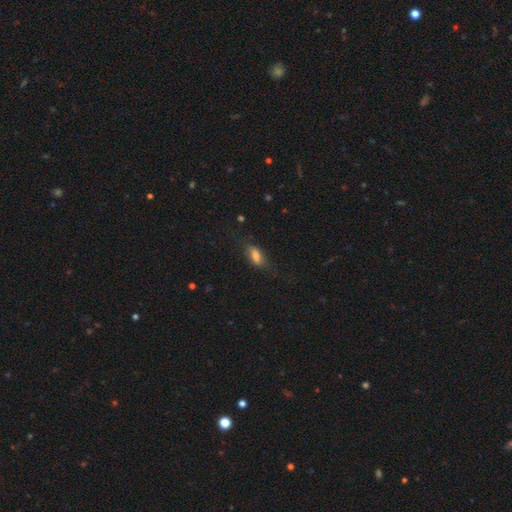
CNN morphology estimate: This is likely a smooth galaxy (71%). How rounded: likely in between (75%). Merging: likely none (66%).